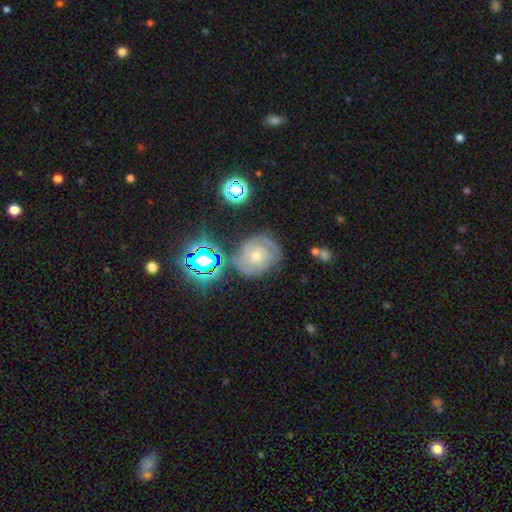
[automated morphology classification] This appears to be a featured or disk galaxy (70%) with no bar (74%), 2 (50%) tight (61%) spiral arms (93%) and a small central bulge (49%). Merging: none (67%).